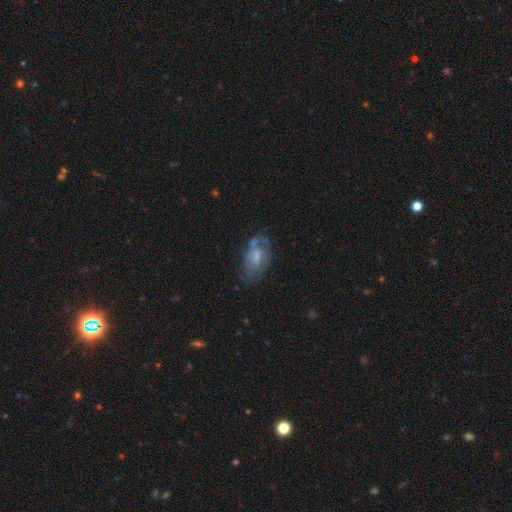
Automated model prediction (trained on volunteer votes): Smooth or featured? featured or disk (50%)
Merging? none (45%)